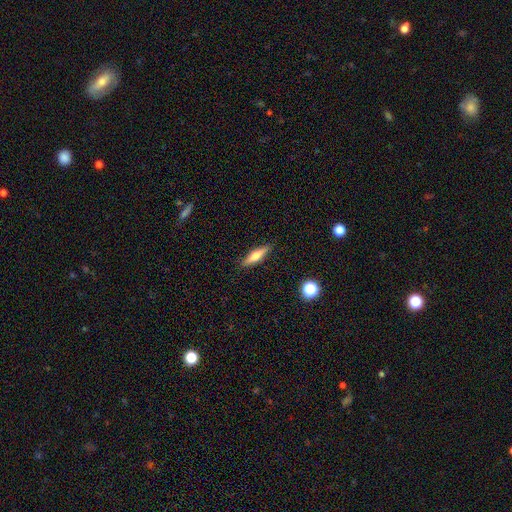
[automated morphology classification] The model was most divided on "smooth or featured": smooth: 51%, featured or disk: 42%, star or artifact: 7%. More confident: merging — none (89%); how rounded — cigar-shaped (75%).